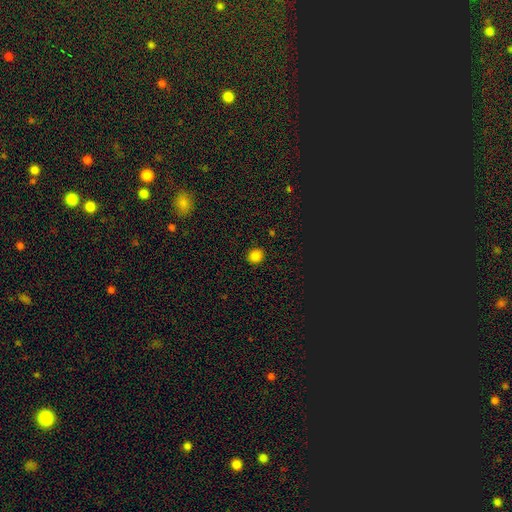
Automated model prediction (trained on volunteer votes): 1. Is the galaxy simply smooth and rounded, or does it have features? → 83% smooth, 14% star or artifact, 4% featured or disk.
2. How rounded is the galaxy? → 83% round, 16% in between, 1% cigar-shaped.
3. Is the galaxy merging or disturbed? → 91% none, 6% minor disturbance, 2% major disturbance, 1% merger.